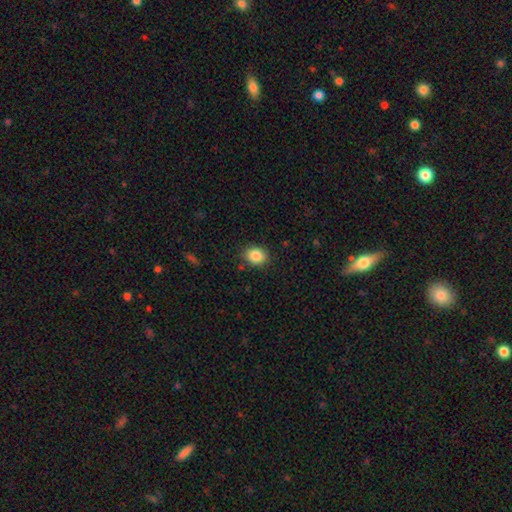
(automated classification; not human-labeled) smooth 86%, star or artifact 9%, featured or disk 5%. Down the decision tree: how rounded — round (51%); merging — none (87%).